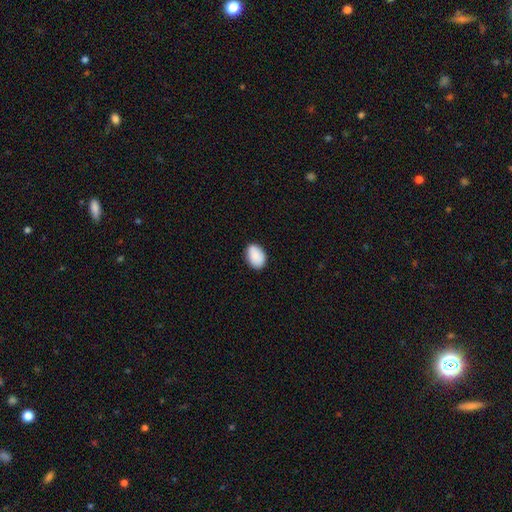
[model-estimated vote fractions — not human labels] Smooth or featured? smooth (89%)
How rounded? in between (82%)
Merging? none (83%)